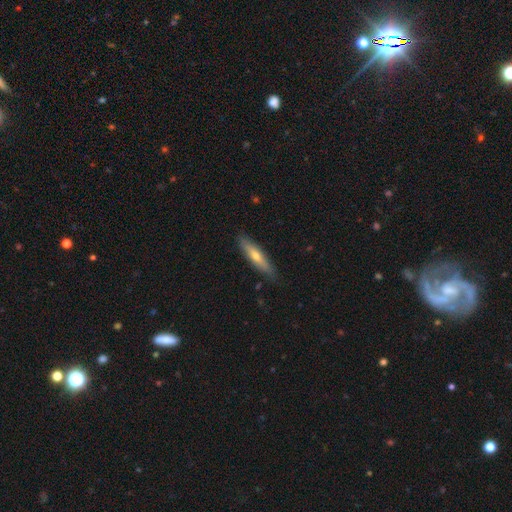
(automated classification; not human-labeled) smooth-or-featured: smooth: 55% | featured or disk: 39% | star or artifact: 6%
  how-rounded: cigar-shaped: 81% | in between: 17% | round: 2%
  merging: none: 86% | minor disturbance: 11% | major disturbance: 2% | merger: 1%